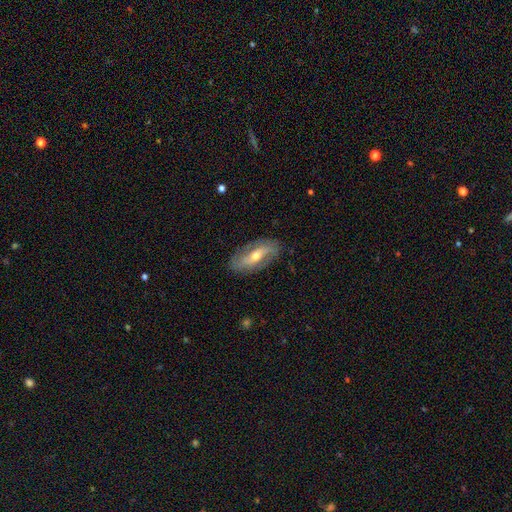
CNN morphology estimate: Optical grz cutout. It shows a featured or disk galaxy (76%) with a strong bar (39%), 2 (84%) medium (37%) spiral arms (82%) and a moderate central bulge (61%). Merging: none (83%).